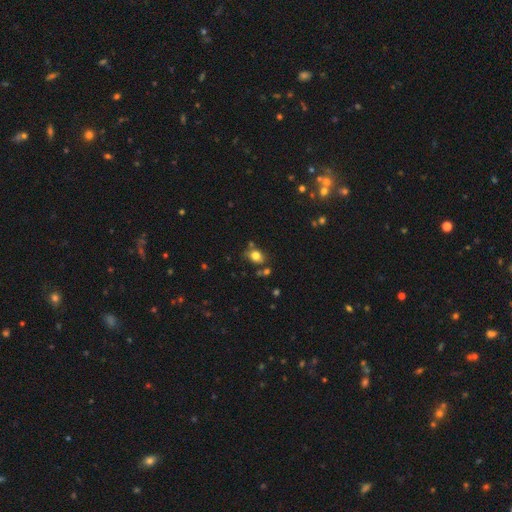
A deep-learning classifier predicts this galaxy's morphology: Smooth or featured? Predicted: smooth (p=0.78). How rounded? Predicted: in between (p=0.53). Merging? Predicted: none (p=0.66).